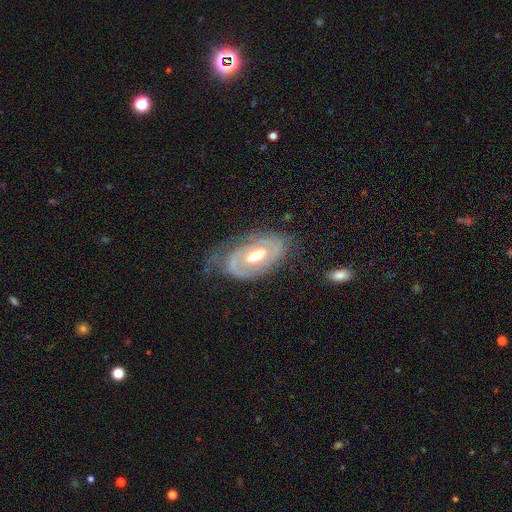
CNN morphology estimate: smooth_or_featured: featured or disk (p=0.78) [alt: smooth p=0.17]
disk_edge_on: no (p=0.93) [alt: yes p=0.07]
bar: no (p=0.52) [alt: weak p=0.34]
has_spiral_arms: yes (p=0.69) [alt: no p=0.31]
spiral_winding: tight (p=0.61) [alt: medium p=0.27]
spiral_arm_count: 2 (p=0.45) [alt: can't tell p=0.32]
bulge_size: moderate (p=0.73) [alt: small p=0.15]
merging: none (p=0.61) [alt: minor disturbance p=0.24]